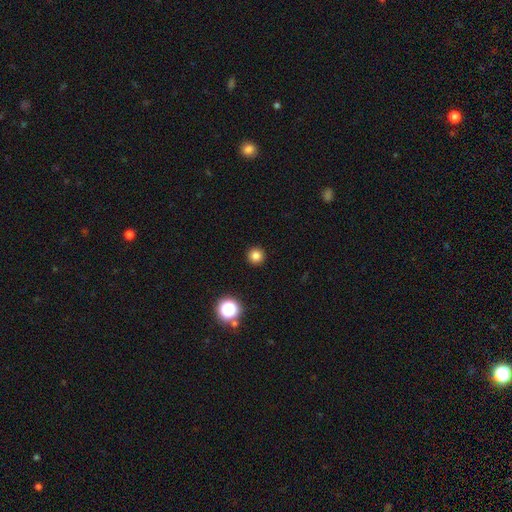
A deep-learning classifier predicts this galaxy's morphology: This appears to be a smooth galaxy with no disk features (82%) that is round (96%). Merging: none (93%).